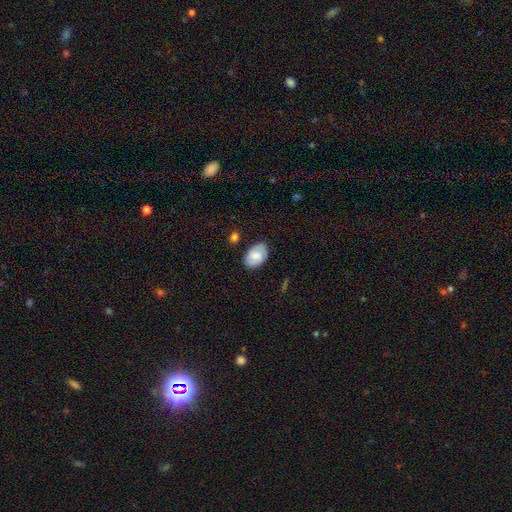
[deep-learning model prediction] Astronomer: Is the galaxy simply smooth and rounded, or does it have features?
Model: smooth — 71%.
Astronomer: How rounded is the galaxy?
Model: in between — 89%.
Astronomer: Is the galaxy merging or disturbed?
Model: none — 80%.